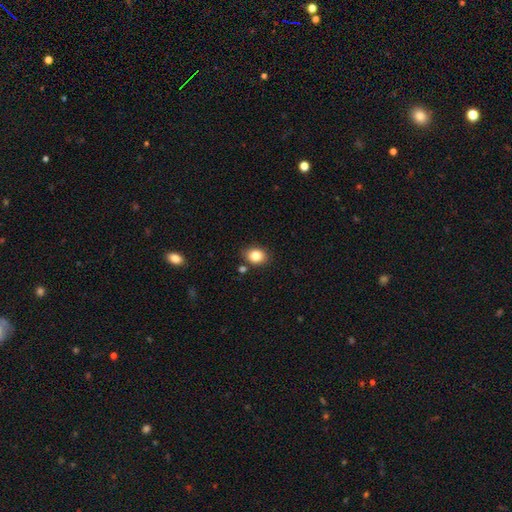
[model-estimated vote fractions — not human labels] Overall: smooth (83%). How rounded: in between (50%; round 49%). Merging: none (82%).